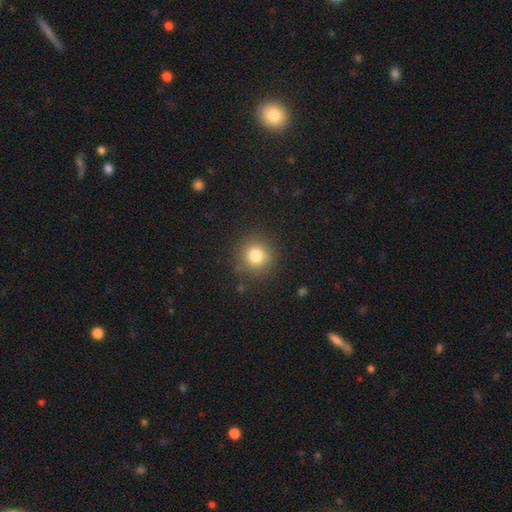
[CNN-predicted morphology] Smooth or featured? smooth (80%)
How rounded? round (91%)
Merging? none (85%)